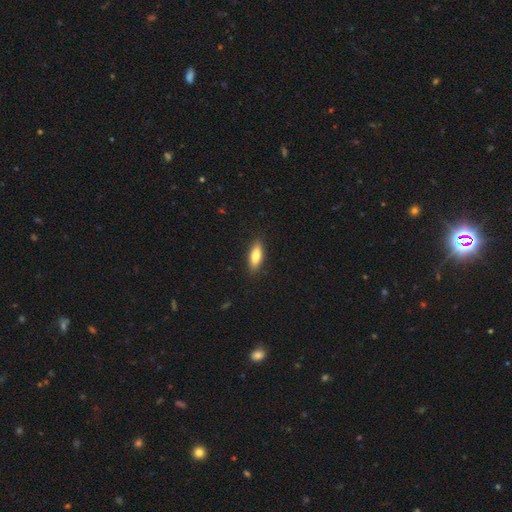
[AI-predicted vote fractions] Smooth or featured? Predicted: smooth (p=0.81). How rounded? Predicted: in between (p=0.65). Merging? Predicted: none (p=0.88).